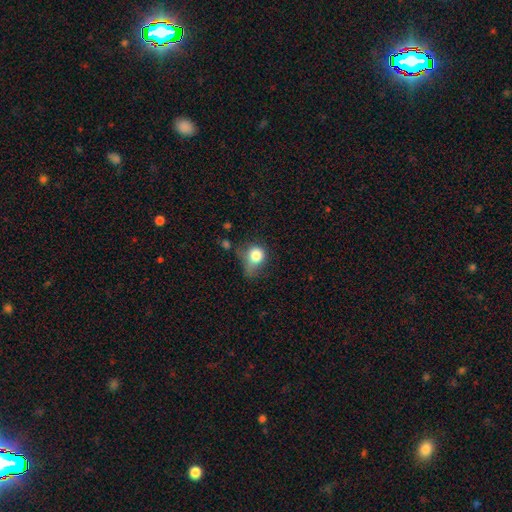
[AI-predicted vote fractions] smooth 79%, featured or disk 11%, star or artifact 10%. Down the decision tree: how rounded — round (62%); merging — minor disturbance (36%).